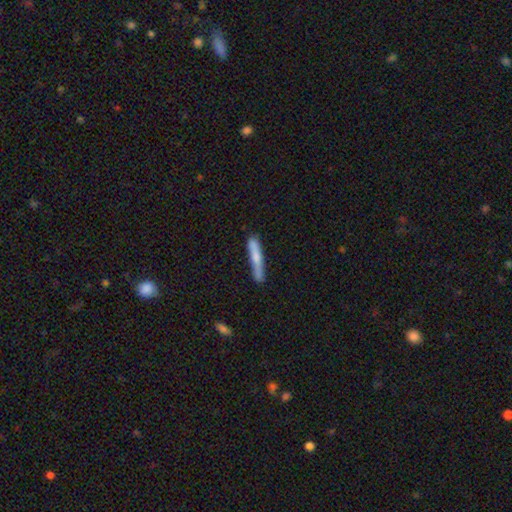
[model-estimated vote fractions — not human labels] Smooth or featured? Predicted: smooth (p=0.66). How rounded? Predicted: cigar-shaped (p=0.94). Merging? Predicted: none (p=0.76).